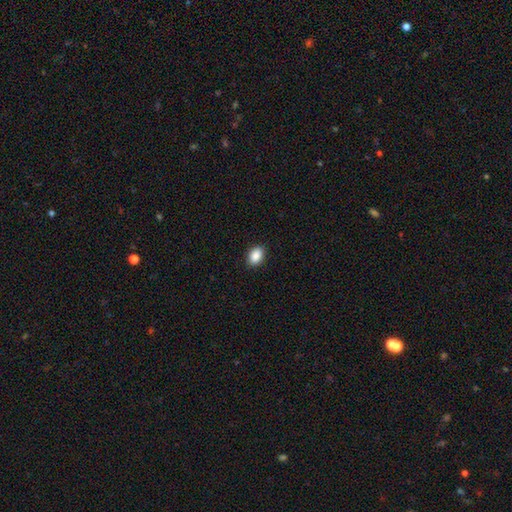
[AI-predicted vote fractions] This is clearly a smooth galaxy (89%). How rounded: clearly in between (82%). Merging: clearly none (89%).